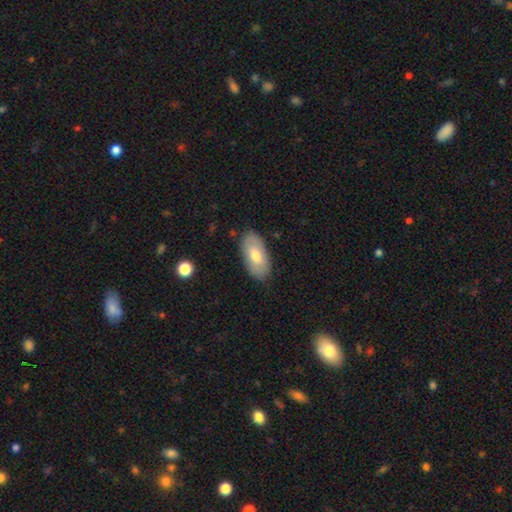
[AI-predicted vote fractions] smooth_or_featured: smooth (p=0.67) [alt: featured or disk p=0.28]
how_rounded: in between (p=0.93) [alt: cigar-shaped p=0.04]
merging: none (p=0.84) [alt: minor disturbance p=0.12]